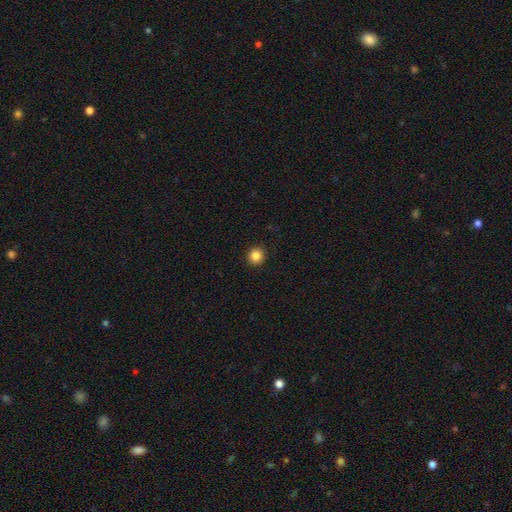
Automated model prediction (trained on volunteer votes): Smooth or featured: smooth — 84% (star or artifact — 11%)
How rounded: round — 93% (in between — 6%)
Merging: none — 93% (minor disturbance — 4%)